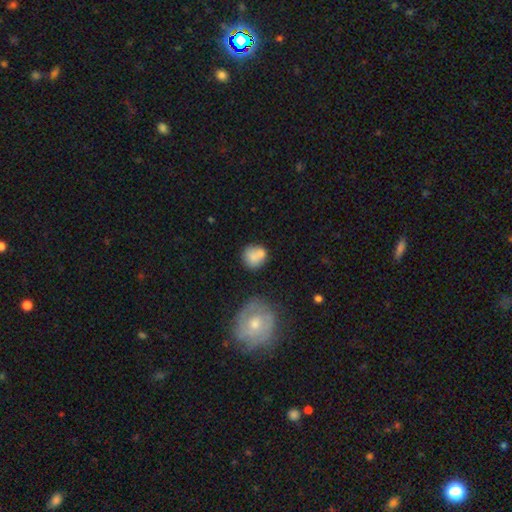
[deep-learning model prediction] Q: Smooth or featured?
A: smooth (75%); runner-up: featured or disk (16%)
Q: How rounded?
A: round (79%); runner-up: in between (20%)
Q: Merging?
A: none (51%); runner-up: merger (26%)